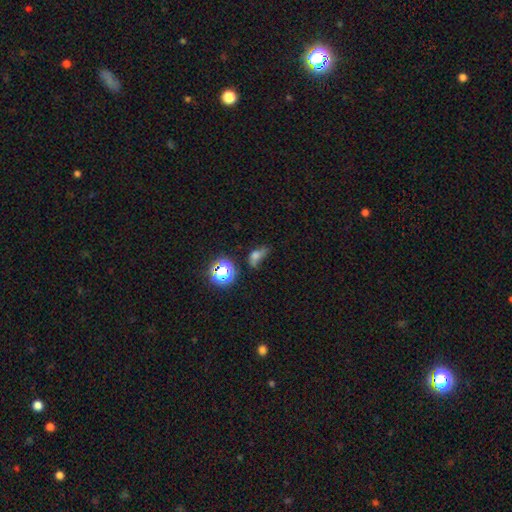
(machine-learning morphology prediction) Overall: smooth (59%; star or artifact 23%). How rounded: in between (70%). Merging: none (32%; minor disturbance 30%).